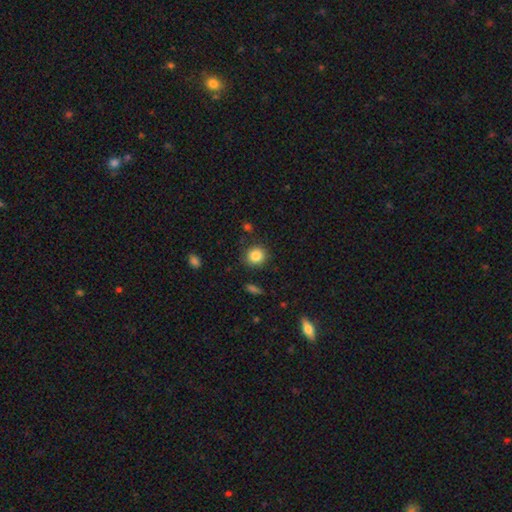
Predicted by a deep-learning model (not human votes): Morphology: type=smooth (85%); roundness=round (88%); merging=none (87%).